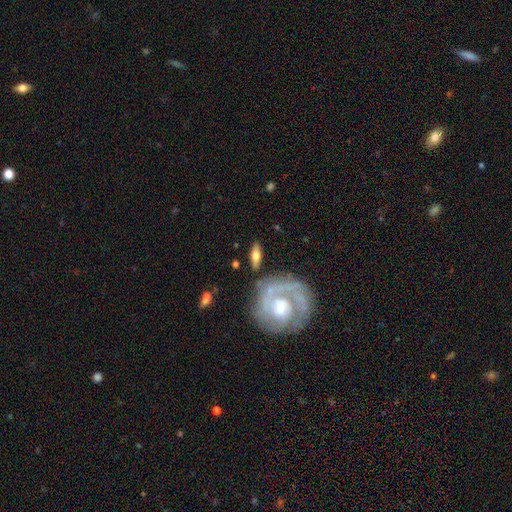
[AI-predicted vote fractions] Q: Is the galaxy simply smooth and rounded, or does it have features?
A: featured or disk — 48%.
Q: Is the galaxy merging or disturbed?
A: none — 77%.